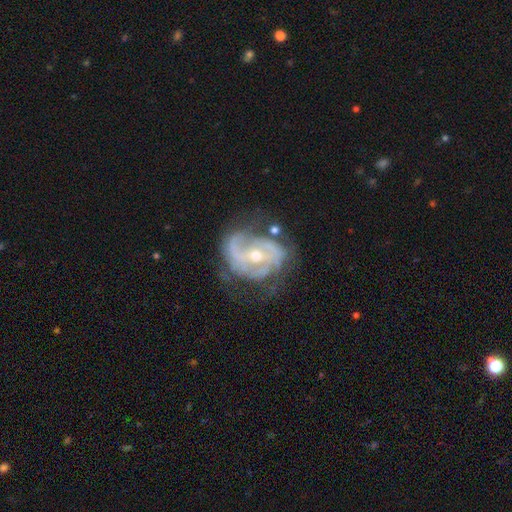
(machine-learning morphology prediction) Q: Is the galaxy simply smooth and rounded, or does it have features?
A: featured or disk — 83%.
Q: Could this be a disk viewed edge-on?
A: no — 97%.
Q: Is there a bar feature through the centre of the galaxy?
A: no — 45%.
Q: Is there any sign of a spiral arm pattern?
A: yes — 90%.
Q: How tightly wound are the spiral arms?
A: tight — 45%.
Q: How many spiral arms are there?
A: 2 — 57%.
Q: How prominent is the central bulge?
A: moderate — 49%.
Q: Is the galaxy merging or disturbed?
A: none — 56%.